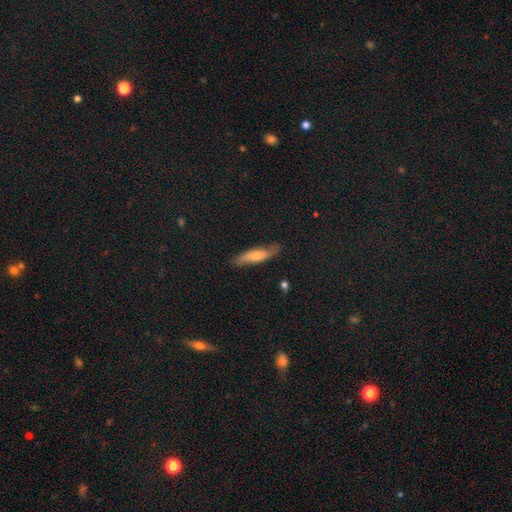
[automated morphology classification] smooth-or-featured: smooth: 61% | featured or disk: 33% | star or artifact: 6%
  how-rounded: cigar-shaped: 69% | in between: 29% | round: 2%
  merging: none: 78% | minor disturbance: 17% | major disturbance: 3% | merger: 1%